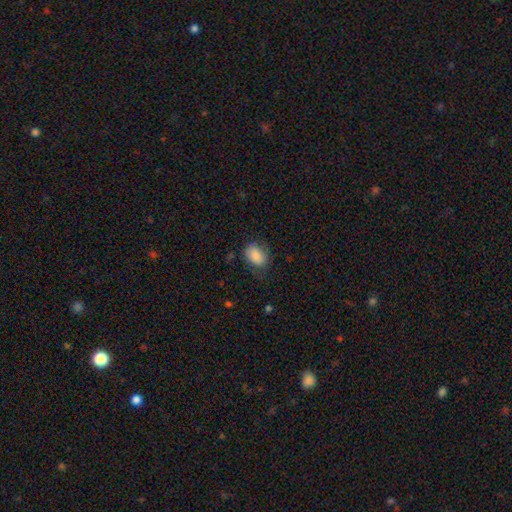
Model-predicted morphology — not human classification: This is clearly a smooth galaxy (84%). How rounded: likely in between (74%). Merging: likely none (69%).